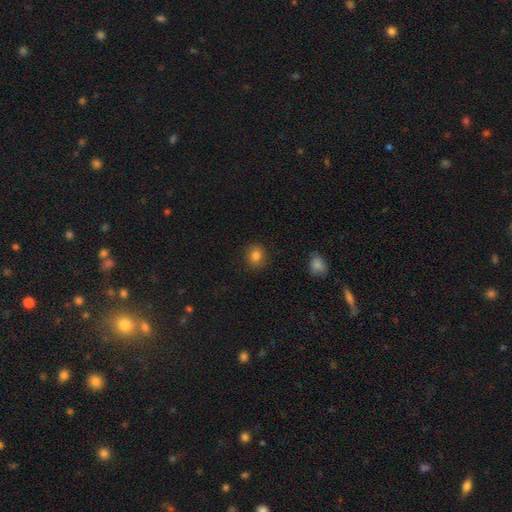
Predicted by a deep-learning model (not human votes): A smooth galaxy with no disk features (83%) that is round (76%).

Vote fractions:
- Smooth or featured? smooth: 83% / star or artifact: 11% / featured or disk: 5%
- How rounded? round: 76% / in between: 23% / cigar-shaped: 1%
- Merging? none: 88% / minor disturbance: 8% / major disturbance: 2% / merger: 1%